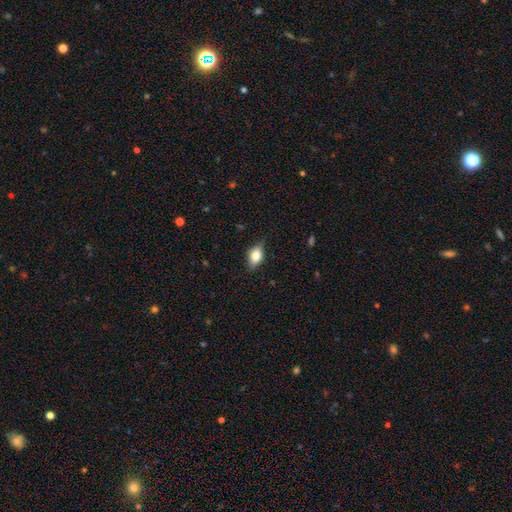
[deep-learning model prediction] This appears to be a smooth galaxy with no disk features (67%) that is in between round and cigar-shaped (81%). Merging: none (78%).